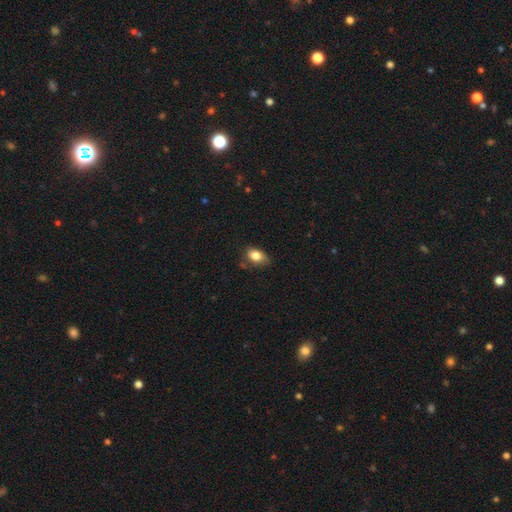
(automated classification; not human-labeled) This is clearly a smooth galaxy (81%). How rounded: clearly in between (85%). Merging: likely none (60%).